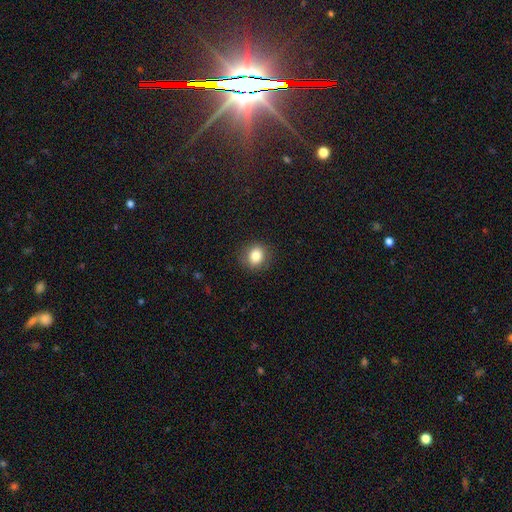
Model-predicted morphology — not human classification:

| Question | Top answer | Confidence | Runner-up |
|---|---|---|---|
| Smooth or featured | smooth | 83% | star or artifact (10%) |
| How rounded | round | 71% | in between (28%) |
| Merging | none | 87% | minor disturbance (9%) |